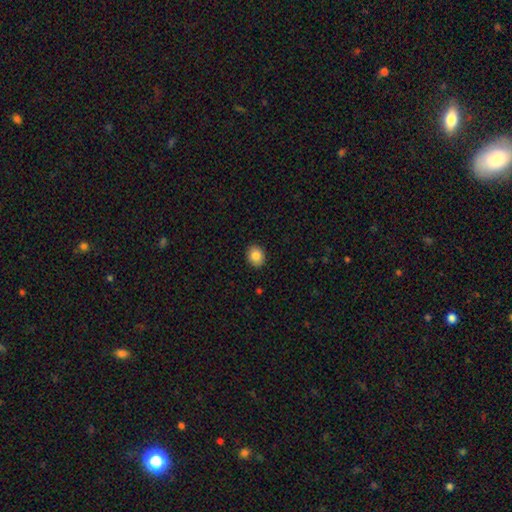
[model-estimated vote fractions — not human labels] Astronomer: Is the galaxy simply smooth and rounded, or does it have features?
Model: smooth — 85%.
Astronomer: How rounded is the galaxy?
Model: round — 59% (runner-up: in between, 40%).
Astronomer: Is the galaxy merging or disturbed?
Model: none — 90%.